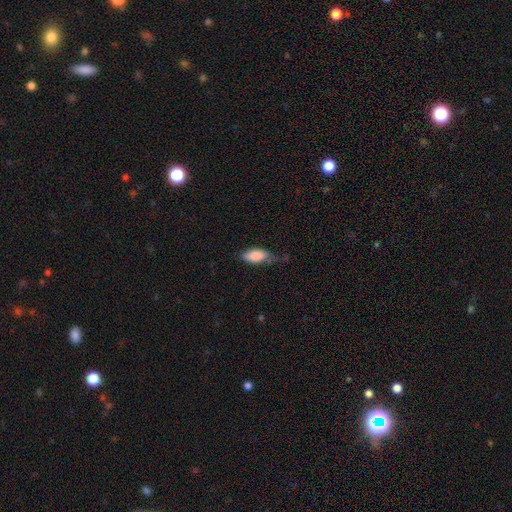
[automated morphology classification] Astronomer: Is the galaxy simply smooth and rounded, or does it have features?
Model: smooth — 82%.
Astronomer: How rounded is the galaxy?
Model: in between — 85%.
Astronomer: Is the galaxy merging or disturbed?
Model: none — 48% (runner-up: minor disturbance, 38%).